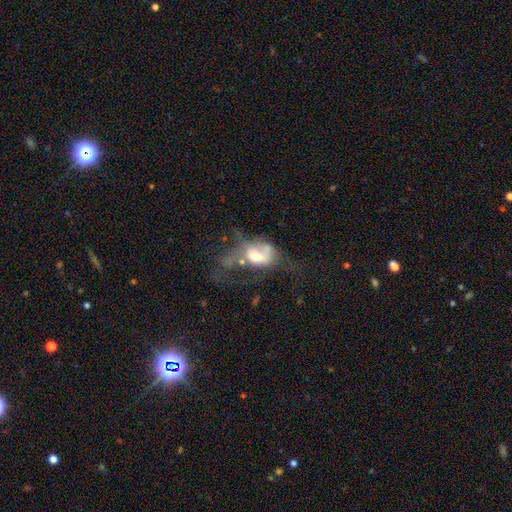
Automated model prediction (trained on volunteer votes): Smooth or featured? Predicted: smooth (p=0.48). Merging? Predicted: major disturbance (p=0.42).